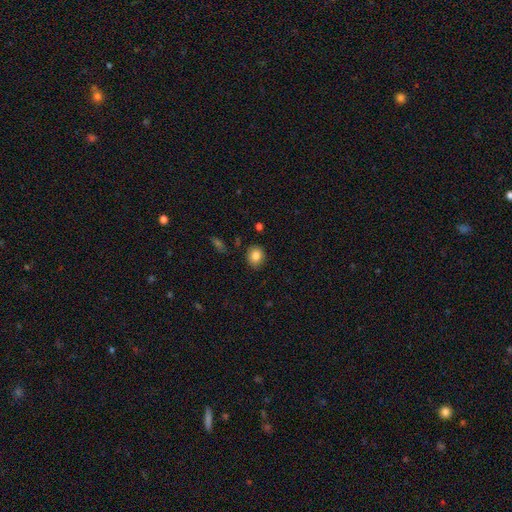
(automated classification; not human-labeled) Smooth or featured?
  - smooth: 84% *
  - star or artifact: 9%
  - featured or disk: 8%
How rounded?
  - round: 63% *
  - in between: 36%
  - cigar-shaped: 1%
Merging?
  - none: 87% *
  - minor disturbance: 9%
  - major disturbance: 2%
  - merger: 2%